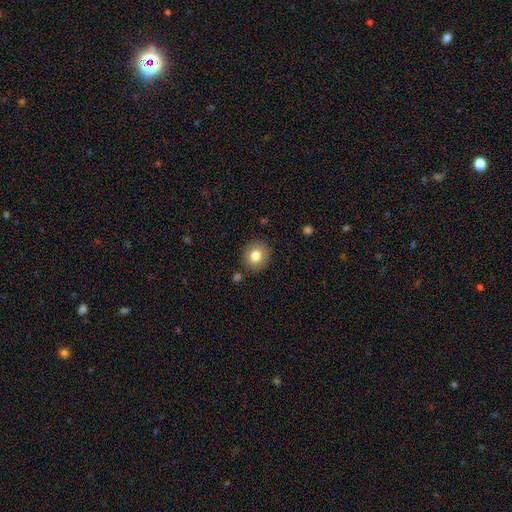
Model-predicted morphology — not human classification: Overall: smooth (80%). How rounded: round (81%). Merging: none (87%).